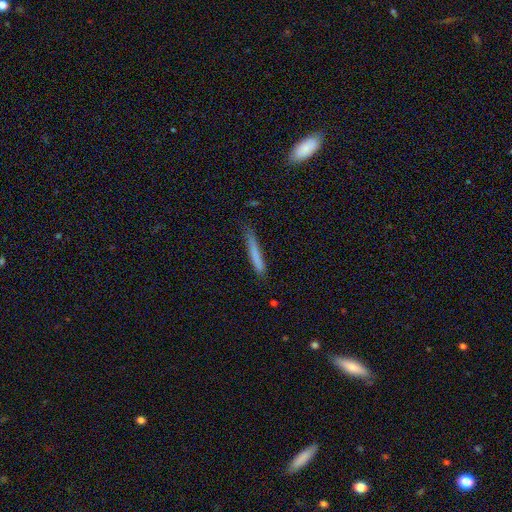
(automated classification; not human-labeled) smooth 75%, featured or disk 18%, star or artifact 7%. Down the decision tree: how rounded — cigar-shaped (96%); merging — none (76%).